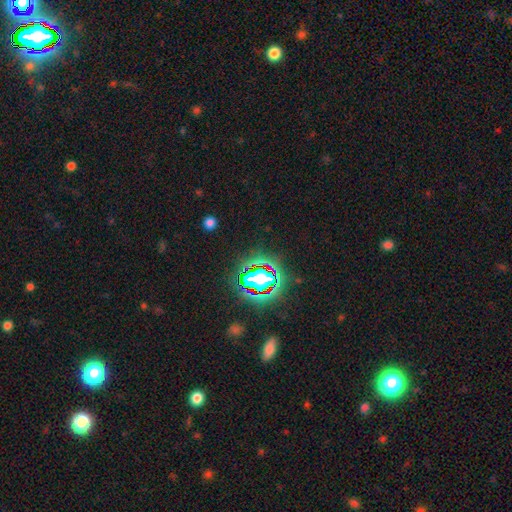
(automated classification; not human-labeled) This appears to be a star or artifact, not a galaxy (84%).